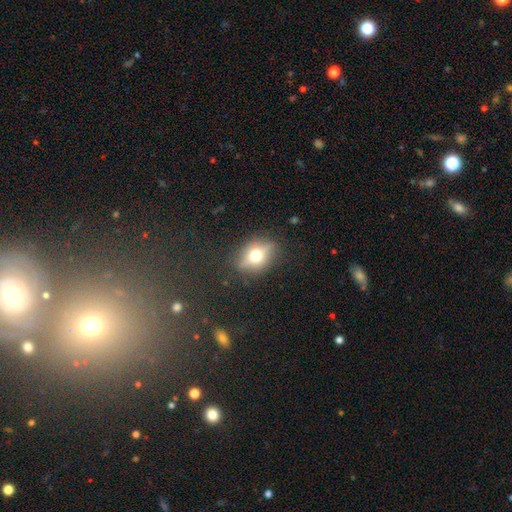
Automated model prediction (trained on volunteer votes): This is possibly a smooth galaxy (55%). How rounded: likely in between (61%). Merging: clearly none (80%).